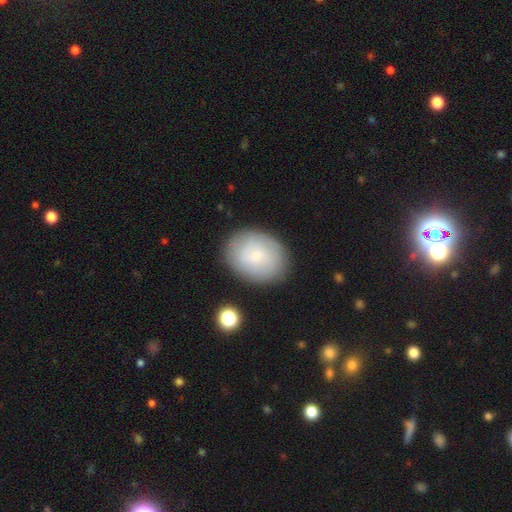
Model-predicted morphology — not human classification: Smooth or featured?
  - smooth: 61% *
  - featured or disk: 31%
  - star or artifact: 8%
How rounded?
  - in between: 56% *
  - round: 43%
  - cigar-shaped: 1%
Merging?
  - none: 82% *
  - minor disturbance: 12%
  - major disturbance: 4%
  - merger: 2%